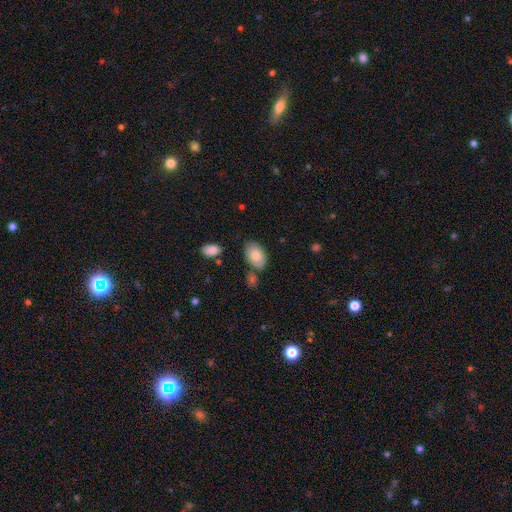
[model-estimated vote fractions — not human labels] smooth_or_featured: smooth (p=0.79) [alt: featured or disk p=0.14]
how_rounded: in between (p=0.90) [alt: round p=0.09]
merging: none (p=0.72) [alt: minor disturbance p=0.17]